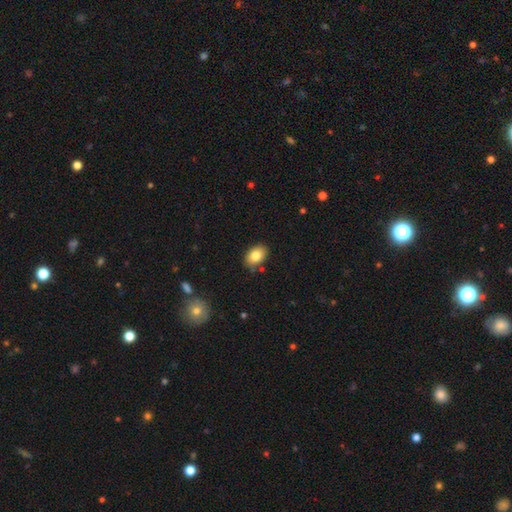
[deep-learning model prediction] smooth 82%, featured or disk 10%, star or artifact 8%. Down the decision tree: how rounded — in between (84%); merging — none (83%).